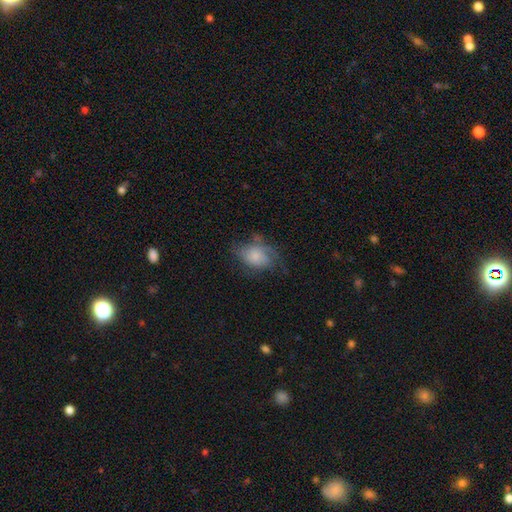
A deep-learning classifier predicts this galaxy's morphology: A smooth galaxy with no disk features (61%) that is in between round and cigar-shaped (74%). Merging: none (41%).